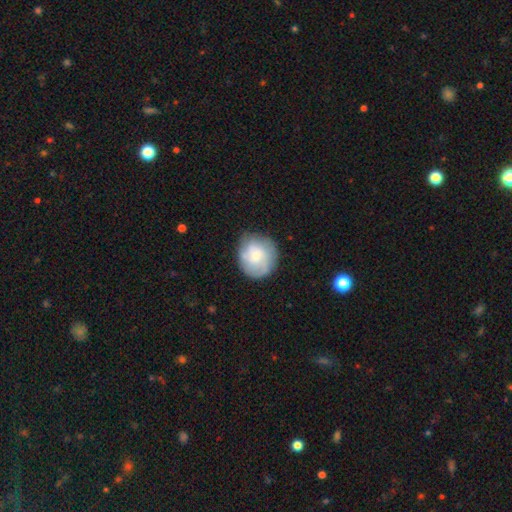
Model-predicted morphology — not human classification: A smooth galaxy with no disk features (56%) that is round (85%).

Vote fractions:
- Smooth or featured? smooth: 56% / featured or disk: 36% / star or artifact: 7%
- How rounded? round: 85% / in between: 14% / cigar-shaped: 1%
- Merging? none: 70% / minor disturbance: 21% / major disturbance: 7% / merger: 2%